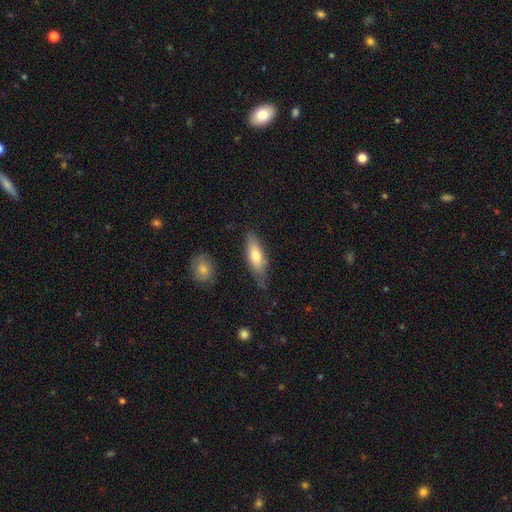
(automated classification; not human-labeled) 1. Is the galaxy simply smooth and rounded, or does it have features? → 67% smooth, 27% featured or disk, 6% star or artifact.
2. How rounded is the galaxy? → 56% in between, 42% cigar-shaped, 3% round.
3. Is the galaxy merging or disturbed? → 68% none, 24% minor disturbance, 5% major disturbance, 3% merger.